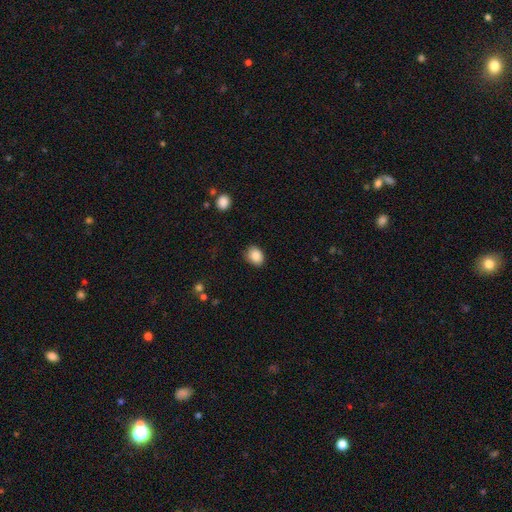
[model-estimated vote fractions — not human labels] smooth_or_featured: smooth (p=0.88) [alt: star or artifact p=0.08]
how_rounded: in between (p=0.58) [alt: round p=0.41]
merging: none (p=0.82) [alt: minor disturbance p=0.14]